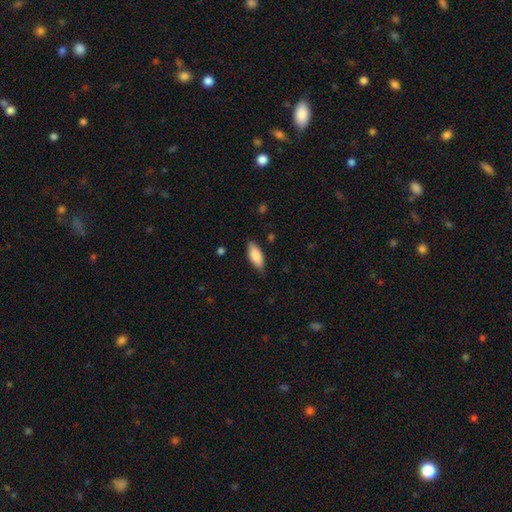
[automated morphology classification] Smooth or featured: smooth — 87% (featured or disk — 7%)
How rounded: in between — 82% (cigar-shaped — 16%)
Merging: none — 83% (minor disturbance — 14%)